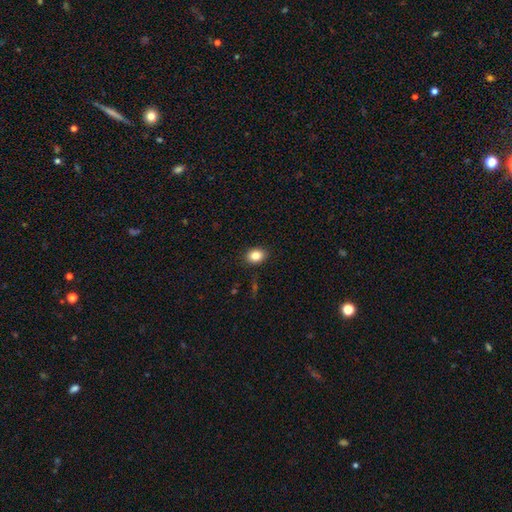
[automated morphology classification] smooth_or_featured: smooth (p=0.83) [alt: star or artifact p=0.10]
how_rounded: in between (p=0.57) [alt: round p=0.42]
merging: none (p=0.89) [alt: minor disturbance p=0.08]